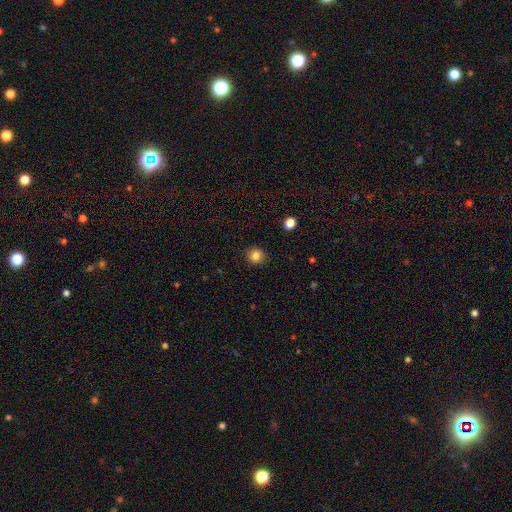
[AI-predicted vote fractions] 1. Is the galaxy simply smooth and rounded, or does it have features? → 84% smooth, 11% star or artifact, 5% featured or disk.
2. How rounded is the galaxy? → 86% round, 13% in between, 1% cigar-shaped.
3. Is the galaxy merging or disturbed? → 89% none, 8% minor disturbance, 2% major disturbance, 1% merger.